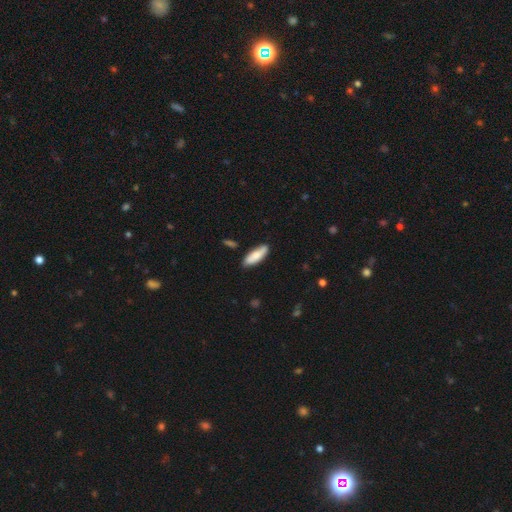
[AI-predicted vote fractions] The model was most divided on "how rounded": in between: 60%, cigar-shaped: 38%, round: 2%. More confident: merging — none (81%); smooth or featured — smooth (78%).